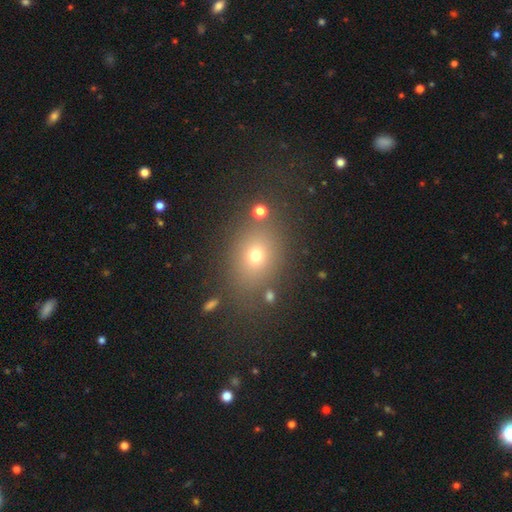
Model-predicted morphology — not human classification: Smooth or featured: smooth — 67% (star or artifact — 20%)
How rounded: in between — 56% (round — 43%)
Merging: none — 78% (minor disturbance — 11%)